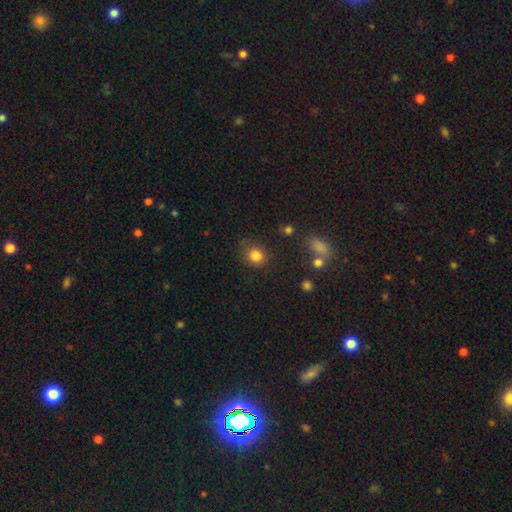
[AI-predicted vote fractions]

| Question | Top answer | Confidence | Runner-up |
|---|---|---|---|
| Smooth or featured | smooth | 83% | star or artifact (11%) |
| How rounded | round | 80% | in between (19%) |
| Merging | none | 82% | minor disturbance (12%) |